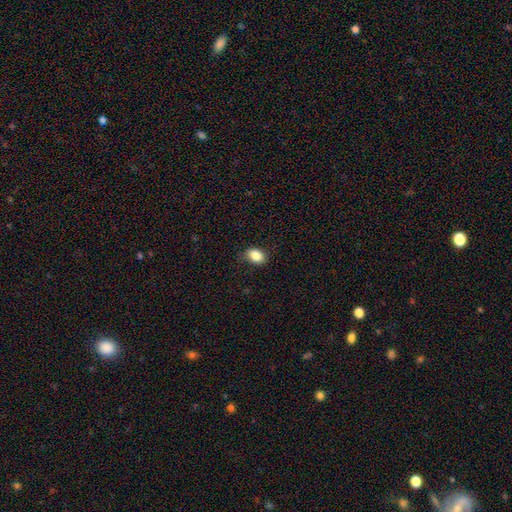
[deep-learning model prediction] This is clearly a smooth galaxy (85%). How rounded: likely in between (75%). Merging: clearly none (82%).